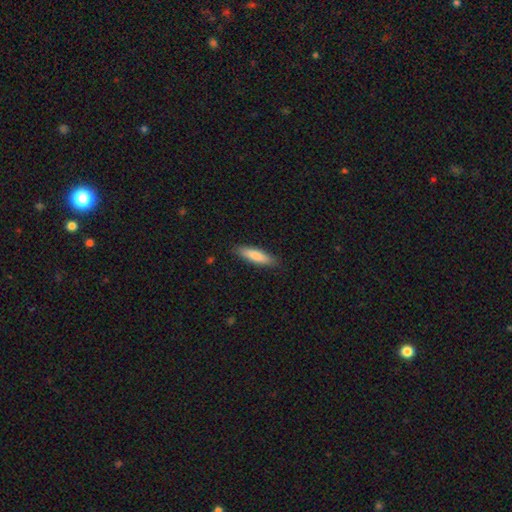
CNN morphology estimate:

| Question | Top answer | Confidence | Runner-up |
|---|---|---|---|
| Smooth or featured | smooth | 82% | featured or disk (12%) |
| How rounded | cigar-shaped | 69% | in between (30%) |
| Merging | none | 87% | minor disturbance (10%) |